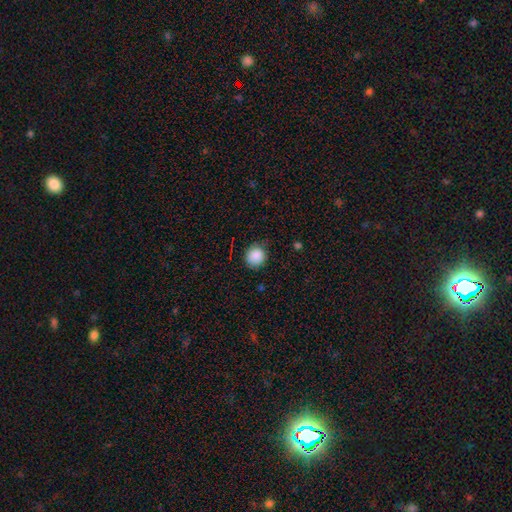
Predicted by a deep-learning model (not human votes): This appears to be a smooth galaxy with no disk features (88%) that is round (84%). Merging: none (76%).